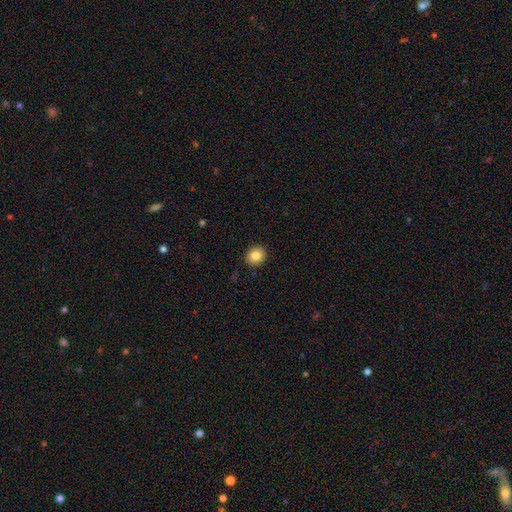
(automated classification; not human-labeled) A smooth galaxy with no disk features (84%) that is round (77%).

Vote fractions:
- Smooth or featured? smooth: 84% / star or artifact: 9% / featured or disk: 7%
- How rounded? round: 77% / in between: 22% / cigar-shaped: 1%
- Merging? none: 91% / minor disturbance: 7% / major disturbance: 2% / merger: 1%